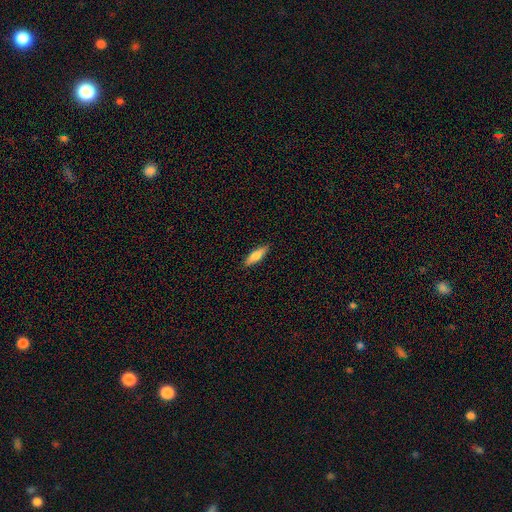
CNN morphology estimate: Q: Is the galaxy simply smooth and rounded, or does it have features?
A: smooth — 73%.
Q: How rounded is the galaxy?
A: cigar-shaped — 54%.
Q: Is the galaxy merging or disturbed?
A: none — 88%.